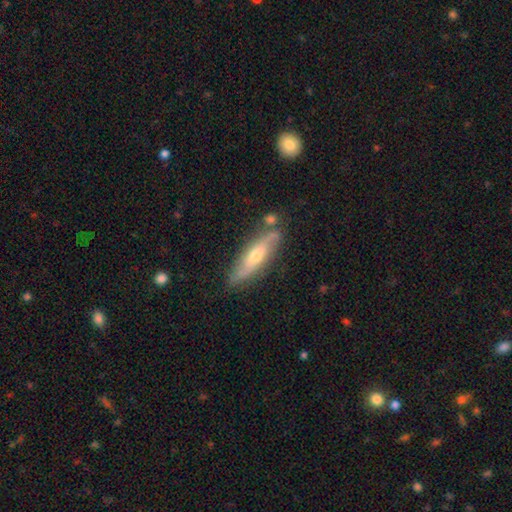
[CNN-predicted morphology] type=featured or disk (61%); edge-on=yes (58%); merging=none (75%).